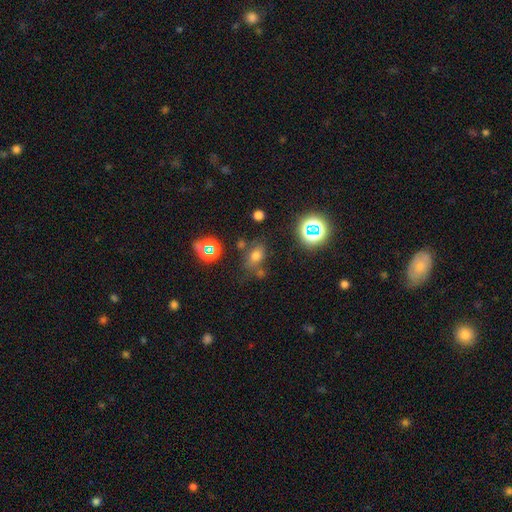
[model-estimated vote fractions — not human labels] This appears to be a smooth galaxy with no disk features (64%) that is in between round and cigar-shaped (72%). Merging: none (66%).